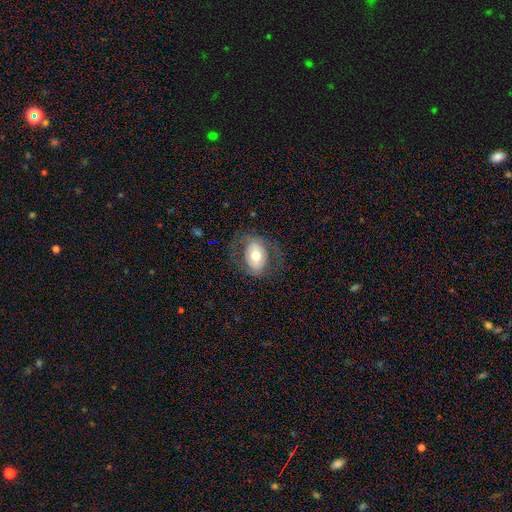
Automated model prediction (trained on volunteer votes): Q: Smooth or featured?
A: smooth (47%); runner-up: featured or disk (46%)
Q: Merging?
A: none (69%); runner-up: minor disturbance (16%)